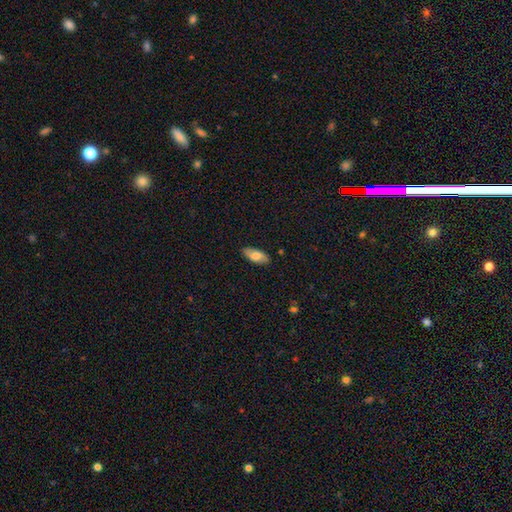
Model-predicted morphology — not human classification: Smooth or featured?
  - smooth: 74% *
  - featured or disk: 20%
  - star or artifact: 6%
How rounded?
  - in between: 86% *
  - cigar-shaped: 12%
  - round: 2%
Merging?
  - none: 86% *
  - minor disturbance: 11%
  - major disturbance: 2%
  - merger: 1%